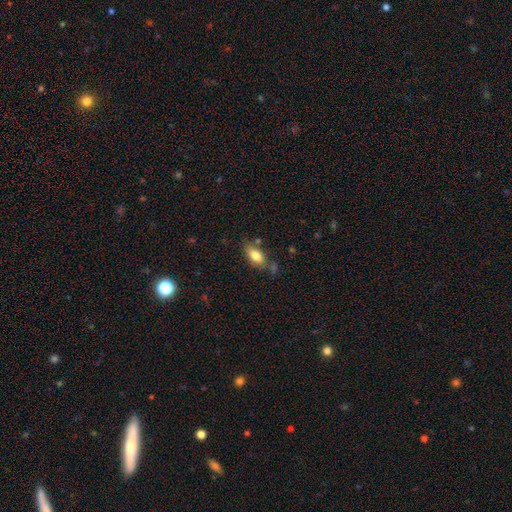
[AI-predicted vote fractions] Overall: smooth (78%). How rounded: in between (85%). Merging: none (68%).